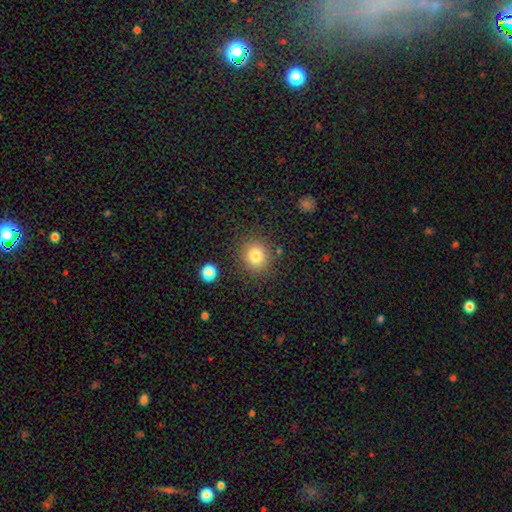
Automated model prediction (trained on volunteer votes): Overall: smooth (81%). How rounded: round (84%). Merging: none (85%).